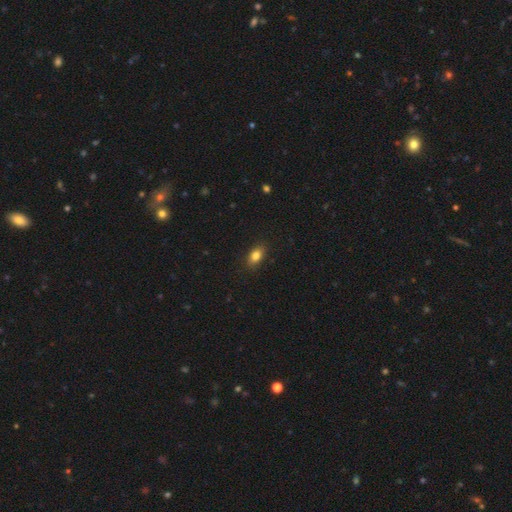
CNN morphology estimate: Overall: smooth (83%). How rounded: in between (85%). Merging: none (88%).